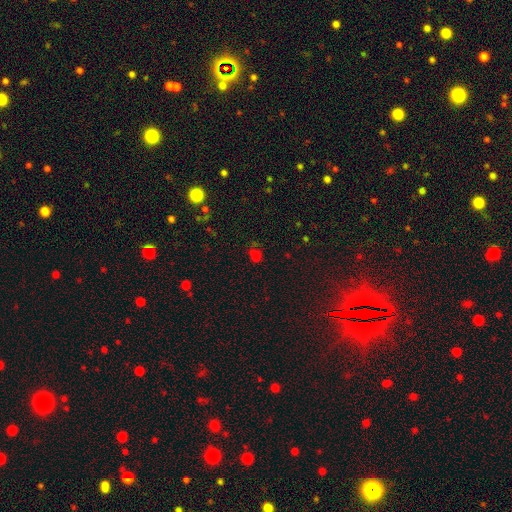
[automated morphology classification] type=smooth (54%); roundness=round (55%); merging=none (57%).